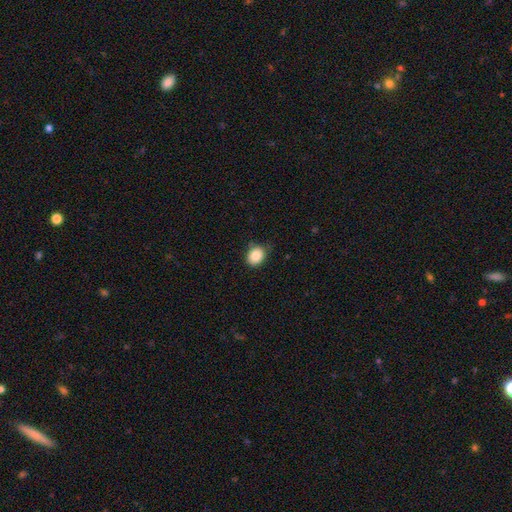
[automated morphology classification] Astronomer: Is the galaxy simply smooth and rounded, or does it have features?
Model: smooth — 86%.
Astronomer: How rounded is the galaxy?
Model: round — 51% (runner-up: in between, 48%).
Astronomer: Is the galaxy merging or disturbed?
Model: none — 80%.